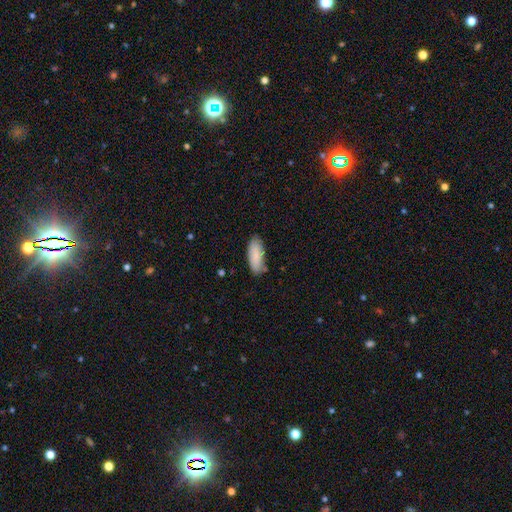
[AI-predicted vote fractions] Smooth or featured?
  - smooth: 87% *
  - featured or disk: 7%
  - star or artifact: 6%
How rounded?
  - in between: 78% *
  - cigar-shaped: 20%
  - round: 2%
Merging?
  - none: 78% *
  - minor disturbance: 17%
  - major disturbance: 3%
  - merger: 3%